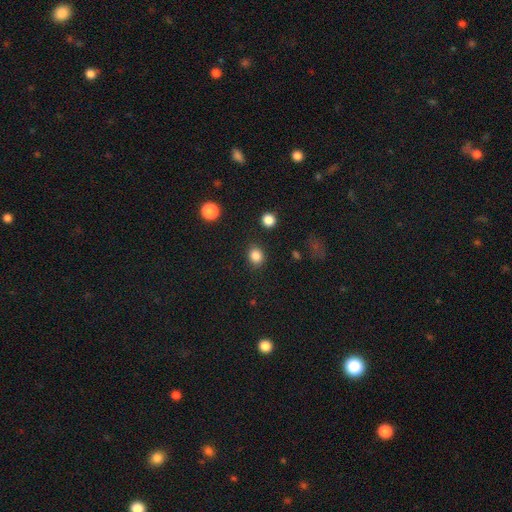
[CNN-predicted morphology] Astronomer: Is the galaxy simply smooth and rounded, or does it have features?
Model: smooth — 85%.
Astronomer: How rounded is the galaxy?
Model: round — 71%.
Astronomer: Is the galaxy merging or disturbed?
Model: none — 87%.